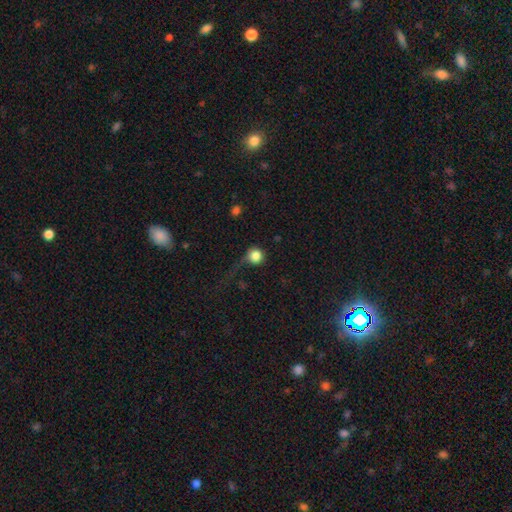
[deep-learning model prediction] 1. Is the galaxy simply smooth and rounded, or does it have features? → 83% smooth, 9% star or artifact, 8% featured or disk.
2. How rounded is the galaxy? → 92% round, 7% in between, 1% cigar-shaped.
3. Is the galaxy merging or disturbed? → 44% none, 32% major disturbance, 19% minor disturbance, 5% merger.